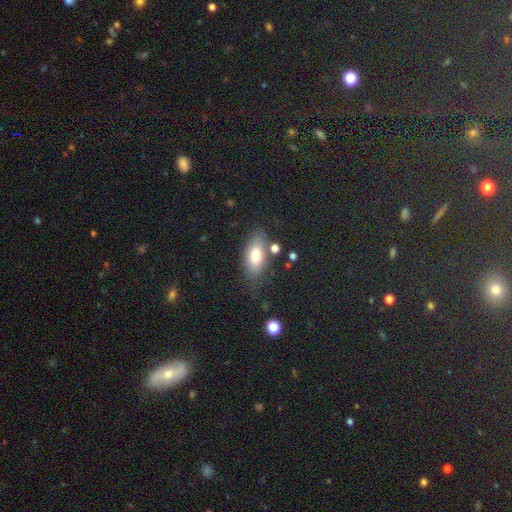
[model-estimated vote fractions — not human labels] This is likely a smooth galaxy (76%). How rounded: clearly in between (86%). Merging: likely none (75%).